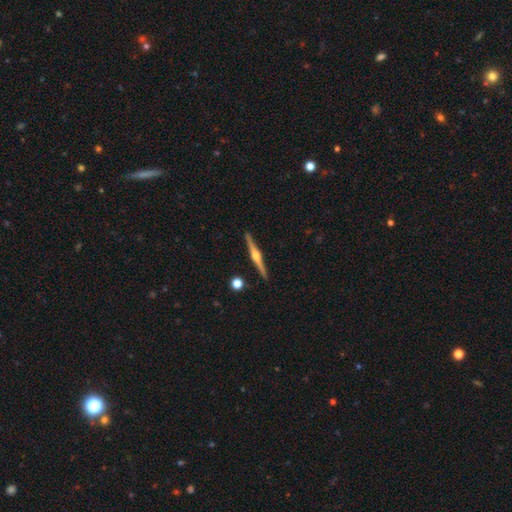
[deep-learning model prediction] Smooth or featured: featured or disk — 83% (smooth — 12%)
Edge-on disk: yes — 98% (no — 2%)
Edge-on bulge: rounded — 94% (boxy — 3%)
Merging: none — 92% (minor disturbance — 6%)